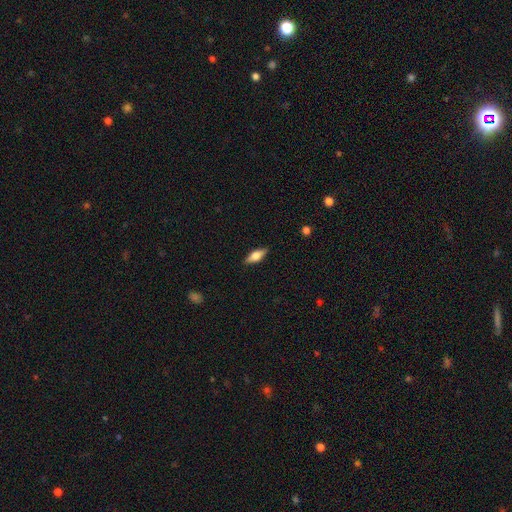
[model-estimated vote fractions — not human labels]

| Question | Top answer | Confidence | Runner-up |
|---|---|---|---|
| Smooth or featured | smooth | 54% | featured or disk (39%) |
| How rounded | in between | 65% | cigar-shaped (32%) |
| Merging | none | 87% | minor disturbance (10%) |